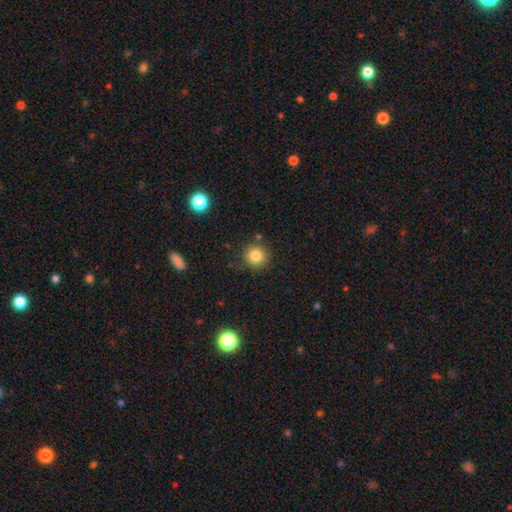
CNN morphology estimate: Smooth or featured? Predicted: smooth (p=0.82). How rounded? Predicted: round (p=0.94). Merging? Predicted: none (p=0.85).